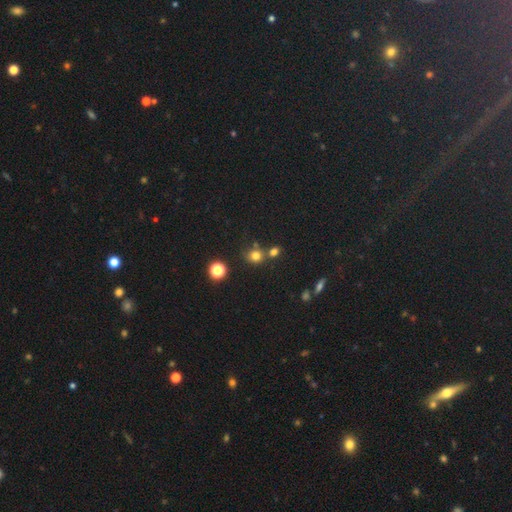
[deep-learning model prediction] Smooth or featured?
  - smooth: 75% *
  - star or artifact: 18%
  - featured or disk: 7%
How rounded?
  - round: 82% *
  - in between: 17%
  - cigar-shaped: 1%
Merging?
  - none: 62% *
  - merger: 24%
  - minor disturbance: 10%
  - major disturbance: 4%